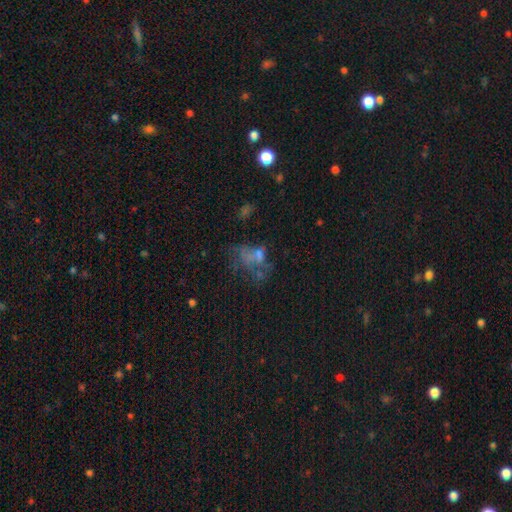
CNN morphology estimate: A smooth galaxy with no disk features (40%). Merging: major disturbance (38%).